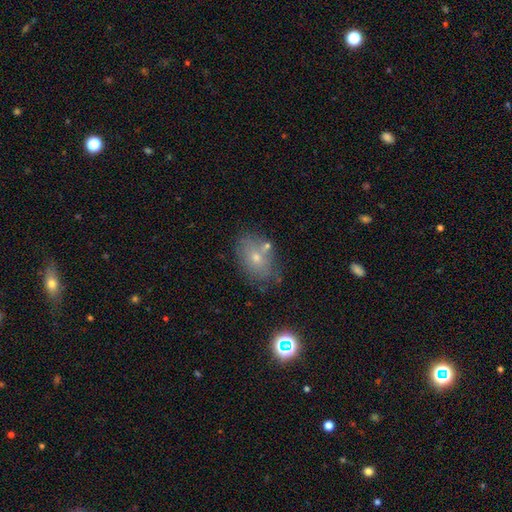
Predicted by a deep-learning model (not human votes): The model was most divided on "smooth or featured": smooth: 60%, featured or disk: 26%, star or artifact: 15%. More confident: how rounded — in between (77%); merging — none (65%).